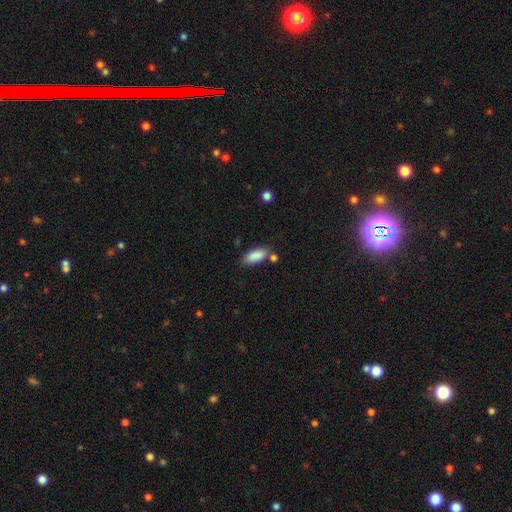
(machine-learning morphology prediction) Smooth or featured?
  - smooth: 88% *
  - star or artifact: 7%
  - featured or disk: 5%
How rounded?
  - in between: 84% *
  - cigar-shaped: 14%
  - round: 2%
Merging?
  - none: 71% *
  - minor disturbance: 16%
  - merger: 10%
  - major disturbance: 4%